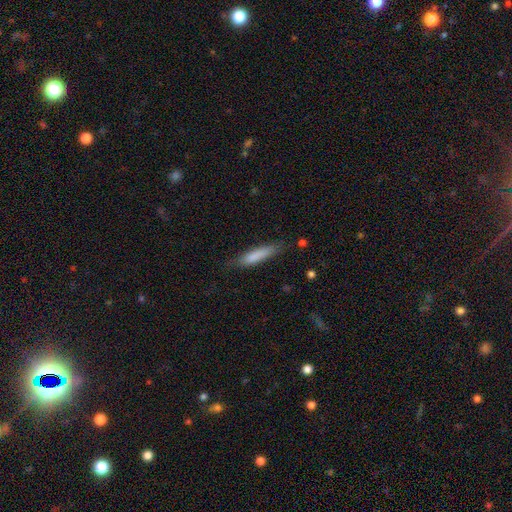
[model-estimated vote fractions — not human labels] Smooth or featured? smooth (79%)
How rounded? cigar-shaped (81%)
Merging? none (75%)